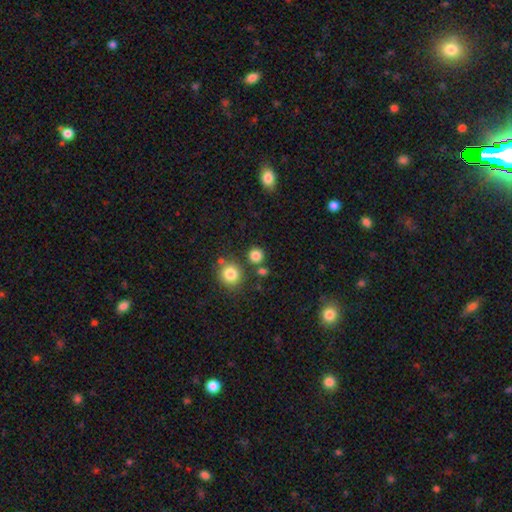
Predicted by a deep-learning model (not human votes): smooth-or-featured: smooth: 82% | star or artifact: 13% | featured or disk: 5%
  how-rounded: round: 90% | in between: 9% | cigar-shaped: 1%
  merging: none: 78% | merger: 11% | minor disturbance: 8% | major disturbance: 3%